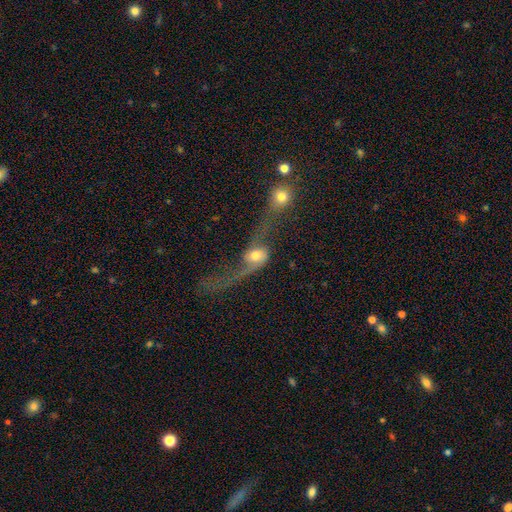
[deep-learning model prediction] A featured or disk galaxy (51%). Merging: merger (67%).